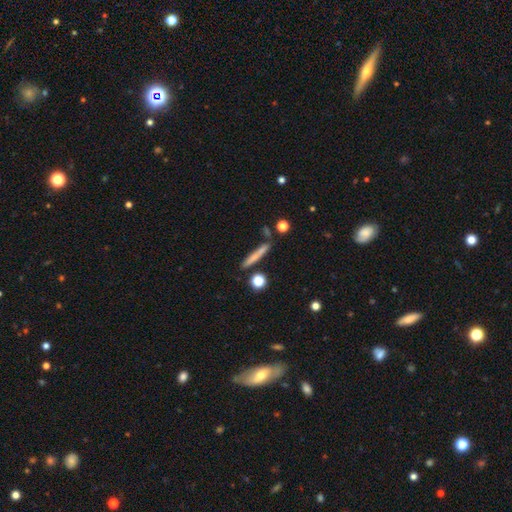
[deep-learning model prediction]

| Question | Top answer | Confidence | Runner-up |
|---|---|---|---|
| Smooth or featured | smooth | 66% | featured or disk (26%) |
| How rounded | cigar-shaped | 92% | in between (5%) |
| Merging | none | 80% | minor disturbance (11%) |